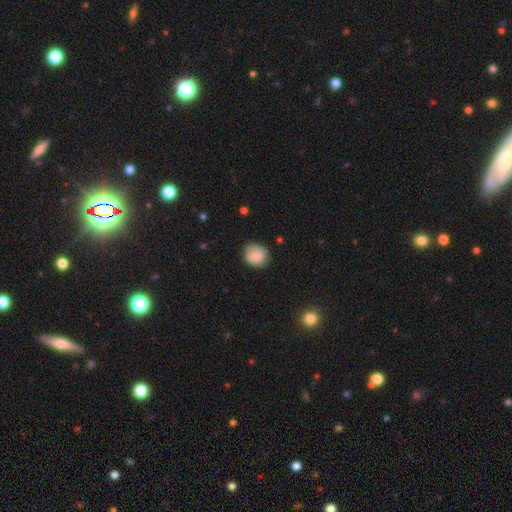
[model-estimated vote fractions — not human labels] Morphology: type=smooth (84%); roundness=round (75%); merging=none (75%).